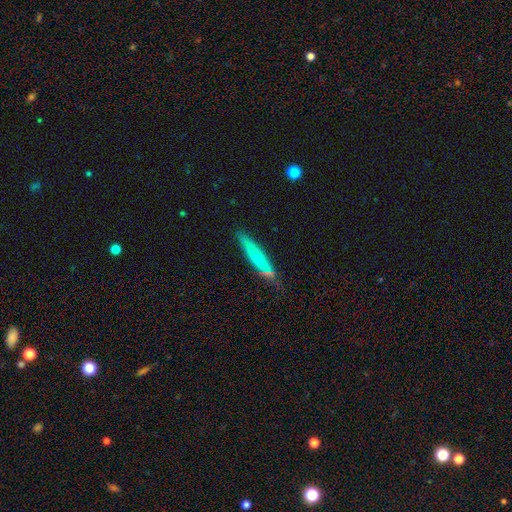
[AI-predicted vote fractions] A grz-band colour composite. It shows a smooth galaxy with no disk features (58%) that is cigar-shaped (91%). Merging: none (70%).